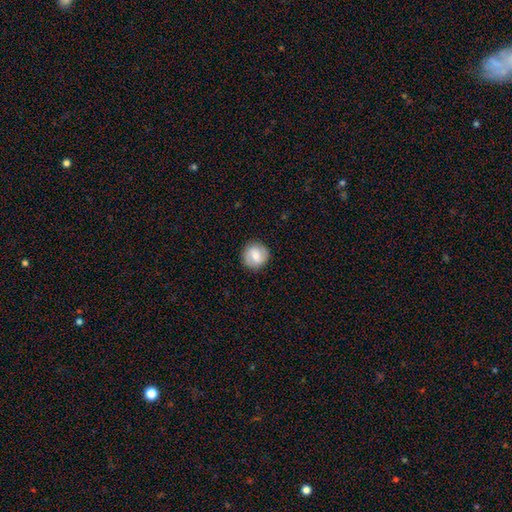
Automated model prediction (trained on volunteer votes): This appears to be a smooth galaxy with no disk features (61%) that is round (91%). Merging: none (88%).